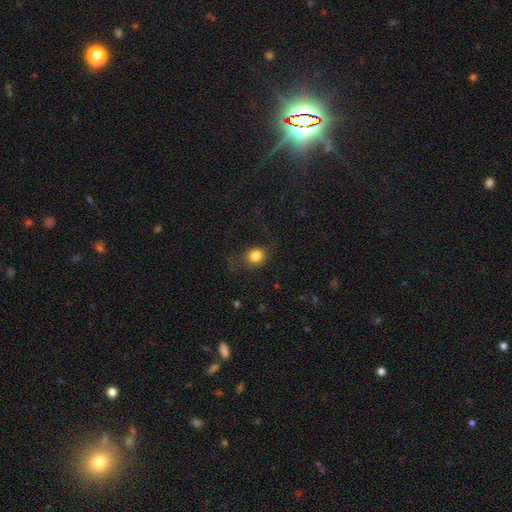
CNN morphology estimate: Overall: smooth (82%). How rounded: round (83%). Merging: none (69%).